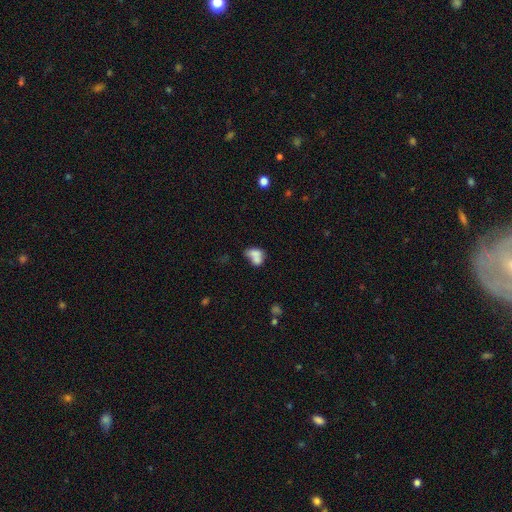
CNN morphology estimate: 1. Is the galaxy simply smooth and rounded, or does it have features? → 71% smooth, 19% featured or disk, 10% star or artifact.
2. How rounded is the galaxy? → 72% in between, 27% round, 2% cigar-shaped.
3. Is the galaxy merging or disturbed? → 53% merger, 22% none, 14% minor disturbance, 10% major disturbance.